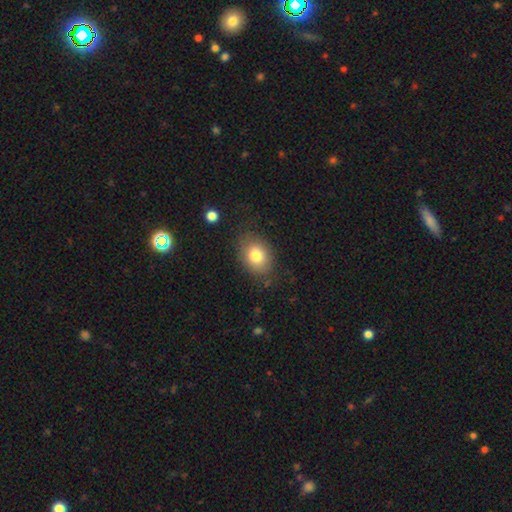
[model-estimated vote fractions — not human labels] Overall: smooth (79%). How rounded: in between (62%; round 37%). Merging: none (79%).